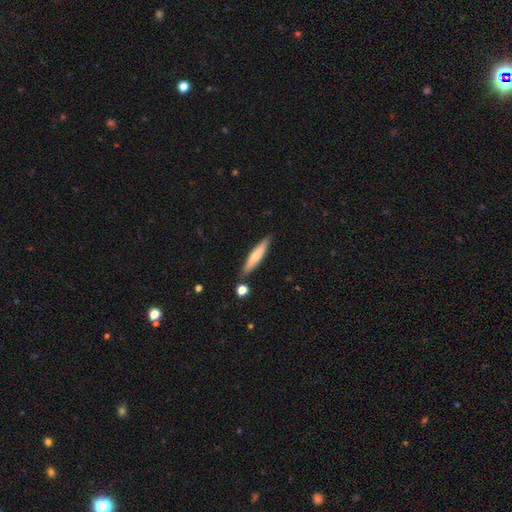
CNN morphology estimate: smooth-or-featured: smooth: 68% | featured or disk: 27% | star or artifact: 6%
  how-rounded: cigar-shaped: 87% | in between: 11% | round: 1%
  merging: none: 85% | minor disturbance: 10% | merger: 4% | major disturbance: 2%